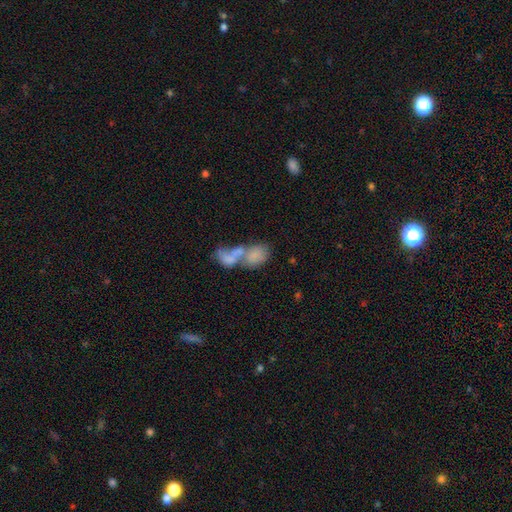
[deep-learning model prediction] smooth 67%, featured or disk 24%, star or artifact 9%. Down the decision tree: how rounded — in between (85%); merging — merger (74%).